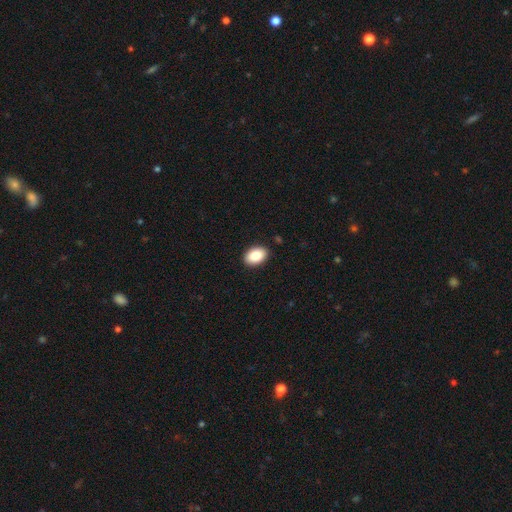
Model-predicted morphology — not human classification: Smooth or featured? Predicted: smooth (p=0.86). How rounded? Predicted: in between (p=0.88). Merging? Predicted: none (p=0.90).